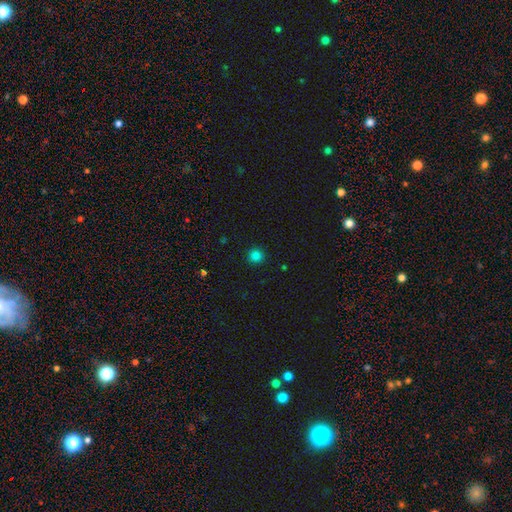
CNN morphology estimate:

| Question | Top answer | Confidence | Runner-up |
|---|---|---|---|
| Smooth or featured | smooth | 83% | star or artifact (14%) |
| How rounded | round | 95% | in between (4%) |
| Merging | none | 92% | minor disturbance (5%) |